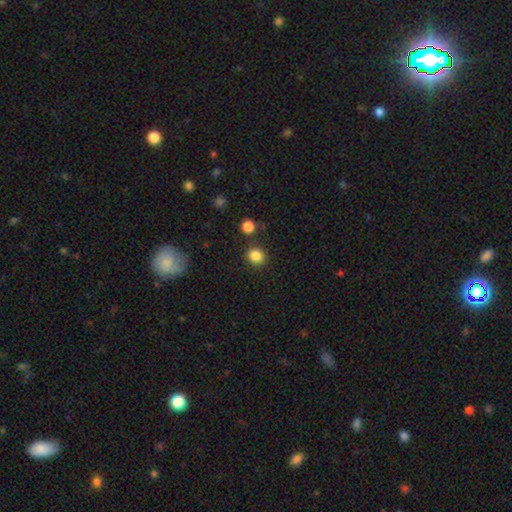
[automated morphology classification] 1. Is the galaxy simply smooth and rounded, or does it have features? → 85% smooth, 11% star or artifact, 4% featured or disk.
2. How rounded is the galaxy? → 78% round, 21% in between, 1% cigar-shaped.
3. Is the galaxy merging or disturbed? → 84% none, 8% minor disturbance, 5% merger, 3% major disturbance.